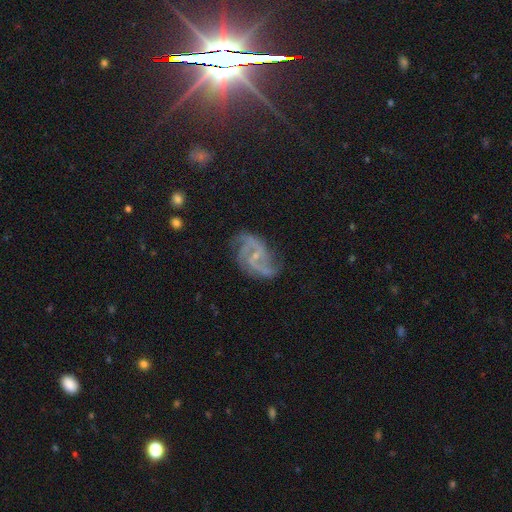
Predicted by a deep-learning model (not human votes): Morphology: type=featured or disk (86%); edge-on=no (97%); bar=no (45%); spiral arms=yes (97%); winding=medium (51%); arm count=2 (43%); bulge=small (76%); merging=none (70%).